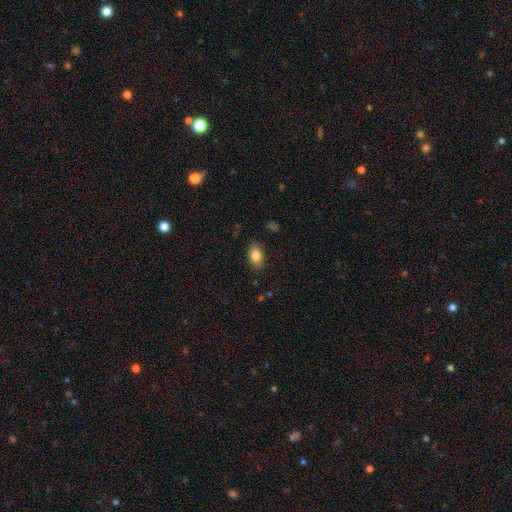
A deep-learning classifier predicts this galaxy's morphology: Smooth or featured? smooth (85%)
How rounded? in between (90%)
Merging? none (84%)